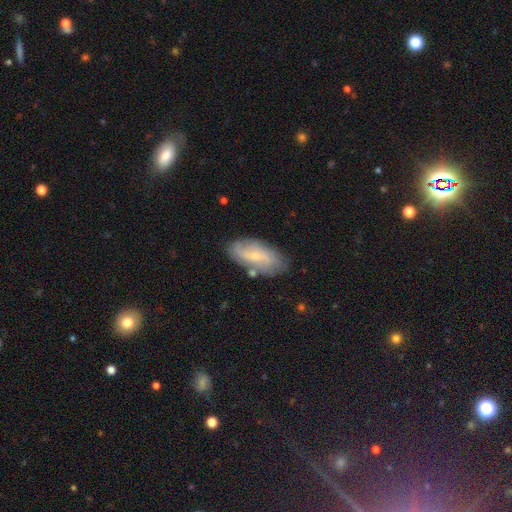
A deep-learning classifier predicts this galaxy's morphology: Smooth or featured? Predicted: featured or disk (p=0.60). Edge-on disk? Predicted: no (p=0.91). Bar? Predicted: no (p=0.45). Spiral arms? Predicted: yes (p=0.82). Bulge size? Predicted: small (p=0.73). Merging? Predicted: none (p=0.74).